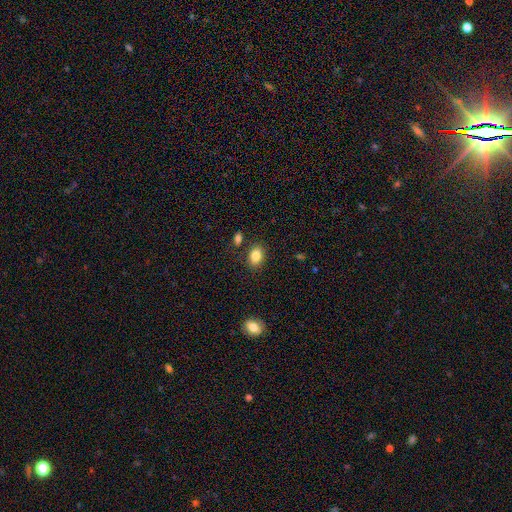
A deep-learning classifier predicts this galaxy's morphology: Smooth or featured?
  - smooth: 85% *
  - star or artifact: 9%
  - featured or disk: 6%
How rounded?
  - in between: 77% *
  - round: 22%
  - cigar-shaped: 1%
Merging?
  - none: 81% *
  - minor disturbance: 11%
  - merger: 5%
  - major disturbance: 3%